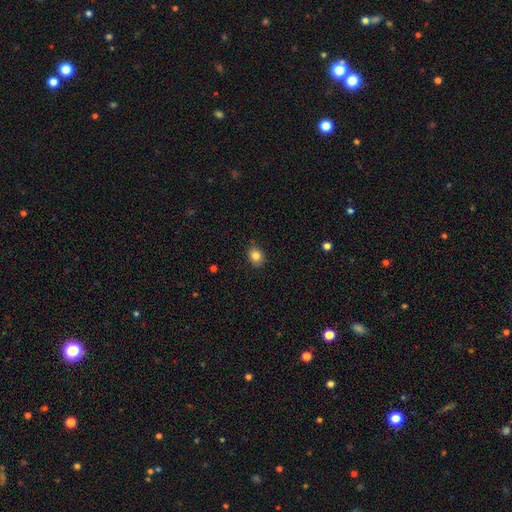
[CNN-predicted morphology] Overall: smooth (84%). How rounded: round (62%; in between 37%). Merging: none (84%).